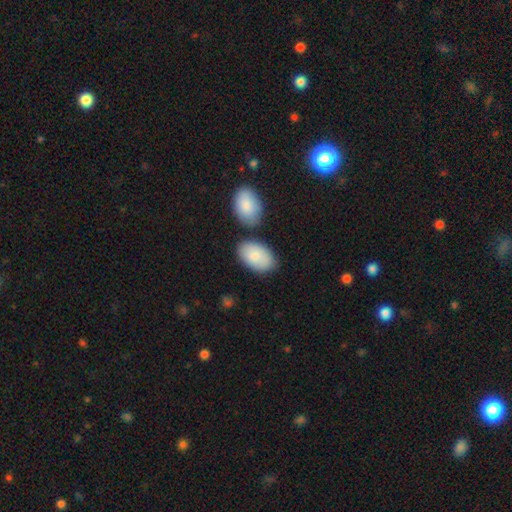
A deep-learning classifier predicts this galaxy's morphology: The model was most divided on "merging": none: 66%, minor disturbance: 16%, merger: 14%, major disturbance: 4%. More confident: how rounded — in between (94%); smooth or featured — smooth (84%).